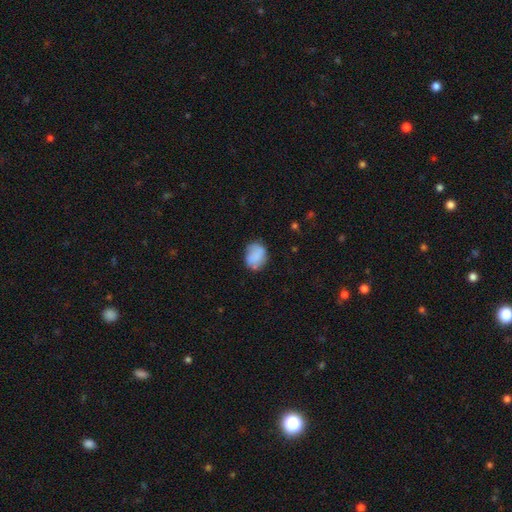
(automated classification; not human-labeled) Morphology: type=smooth (80%); roundness=in between (53%); merging=none (67%).